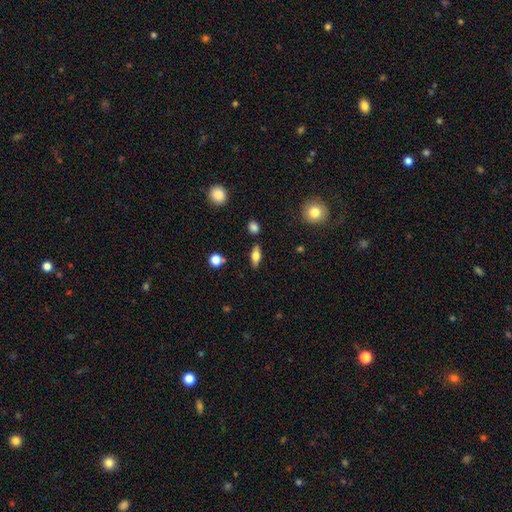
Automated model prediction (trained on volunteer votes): This is possibly a smooth galaxy (58%). How rounded: likely in between (69%). Merging: clearly none (84%).